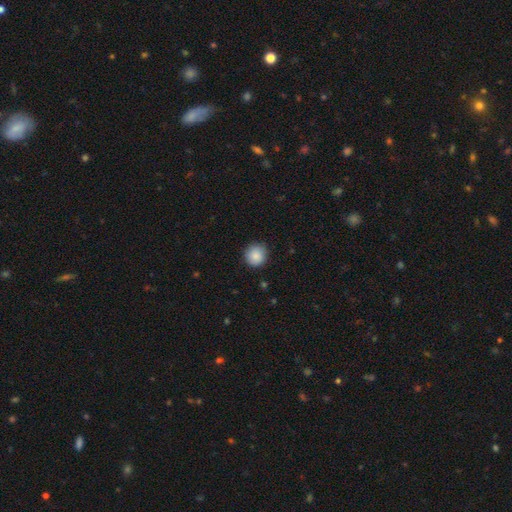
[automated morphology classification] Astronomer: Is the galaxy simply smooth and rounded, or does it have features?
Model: smooth — 88%.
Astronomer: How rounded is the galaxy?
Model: round — 92%.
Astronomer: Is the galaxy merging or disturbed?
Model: none — 87%.